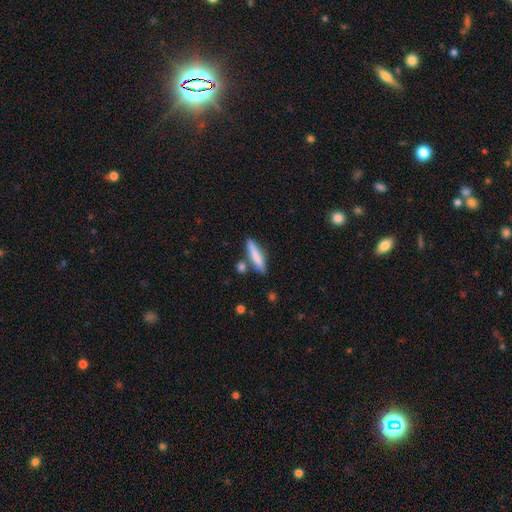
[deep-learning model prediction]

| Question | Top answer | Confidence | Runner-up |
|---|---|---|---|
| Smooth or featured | smooth | 77% | featured or disk (16%) |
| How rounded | cigar-shaped | 80% | in between (18%) |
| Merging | none | 71% | minor disturbance (15%) |